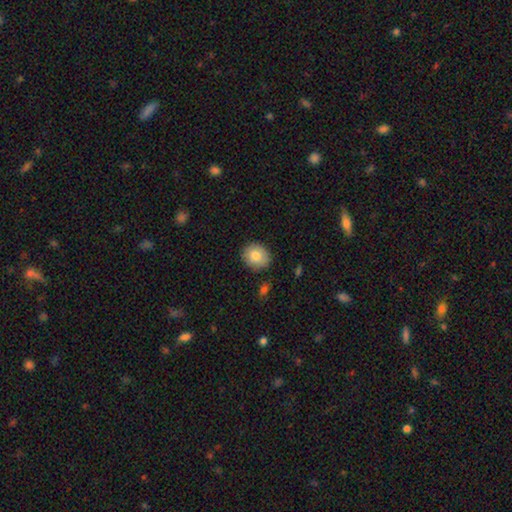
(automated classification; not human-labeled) Smooth or featured? smooth (80%)
How rounded? round (70%)
Merging? none (86%)